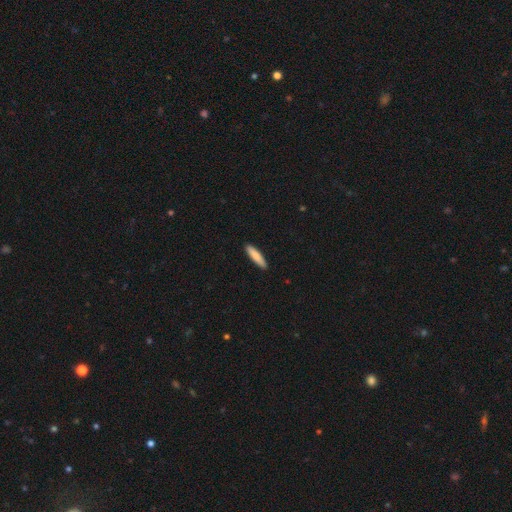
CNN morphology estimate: type=smooth (83%); roundness=cigar-shaped (82%); merging=none (90%).